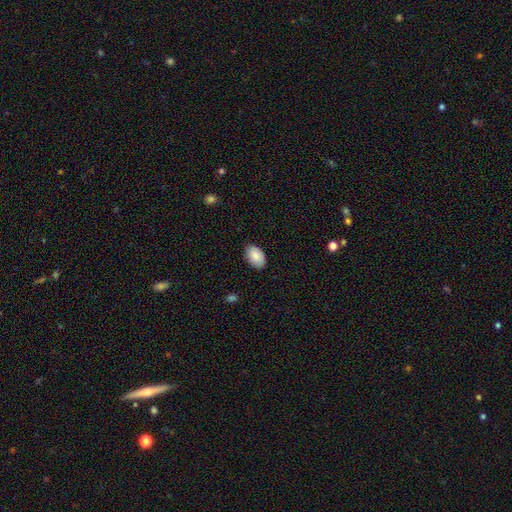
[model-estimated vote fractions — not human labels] This appears to be a smooth galaxy with no disk features (87%) that is in between round and cigar-shaped (91%). Merging: none (84%).